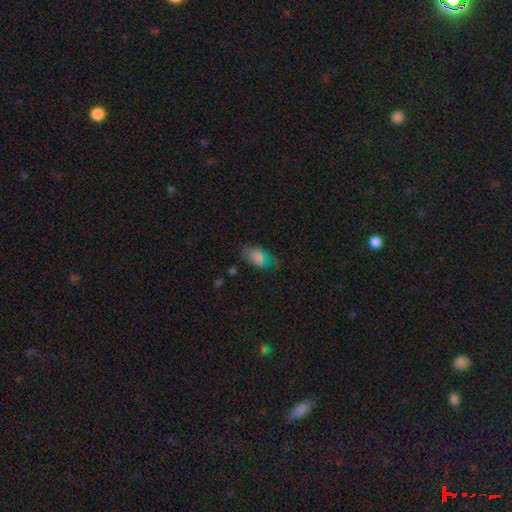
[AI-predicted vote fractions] This is likely a smooth galaxy (70%). How rounded: clearly in between (88%). Merging: likely none (65%).